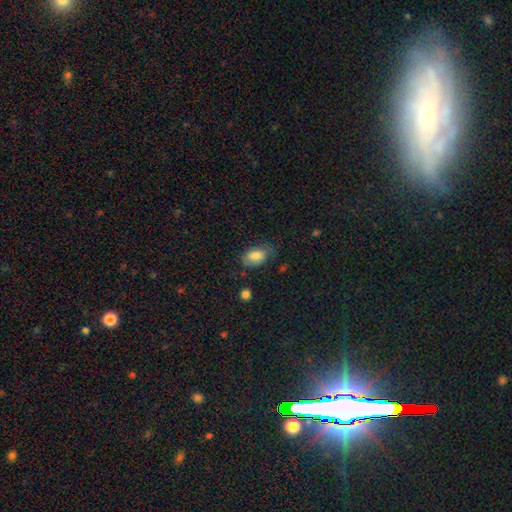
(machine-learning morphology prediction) type=smooth (80%); roundness=in between (91%); merging=none (58%).